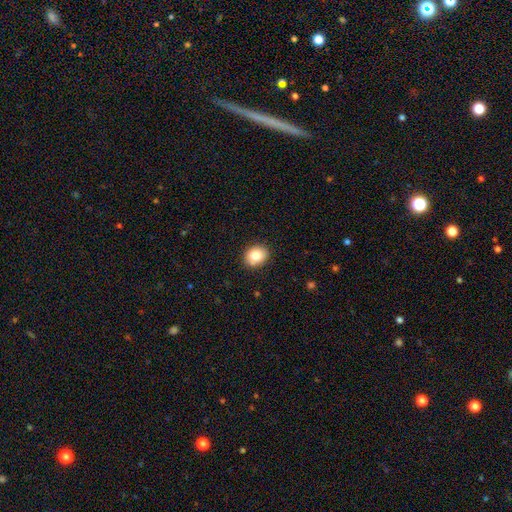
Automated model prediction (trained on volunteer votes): A smooth galaxy with no disk features (83%) that is round (55%).

Vote fractions:
- Smooth or featured? smooth: 83% / featured or disk: 9% / star or artifact: 9%
- How rounded? round: 55% / in between: 44% / cigar-shaped: 1%
- Merging? none: 87% / minor disturbance: 9% / major disturbance: 2% / merger: 1%